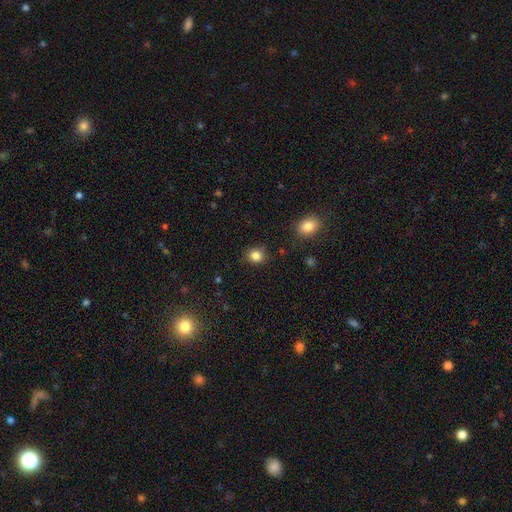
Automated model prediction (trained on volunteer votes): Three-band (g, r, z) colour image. It shows a smooth galaxy with no disk features (84%) that is round (80%). Merging: none (85%).